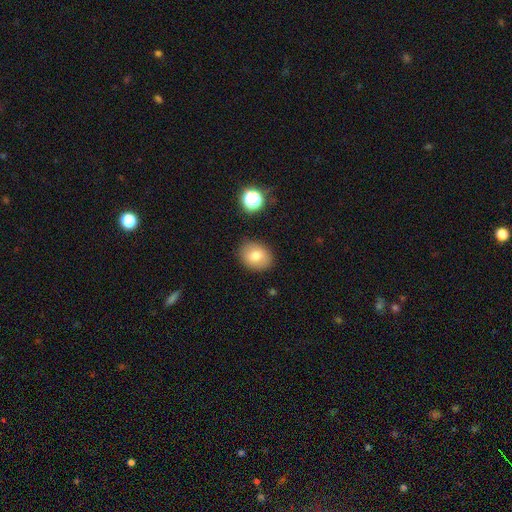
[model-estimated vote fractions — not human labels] Morphology: type=smooth (78%); roundness=in between (52%); merging=none (85%).